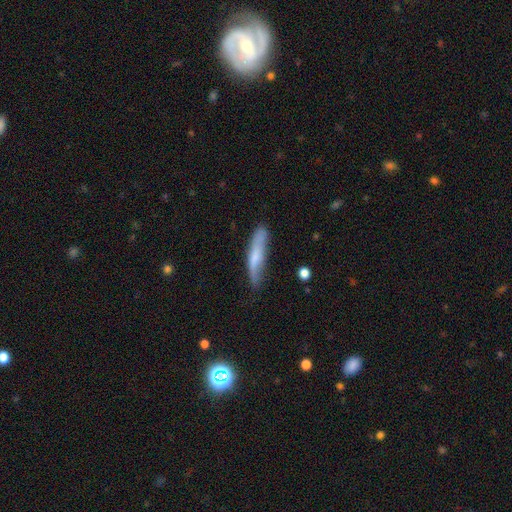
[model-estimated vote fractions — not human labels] Morphology: type=smooth (62%); roundness=cigar-shaped (85%); merging=none (63%).